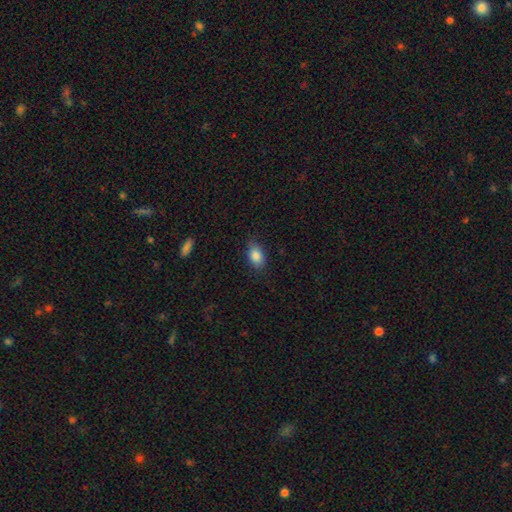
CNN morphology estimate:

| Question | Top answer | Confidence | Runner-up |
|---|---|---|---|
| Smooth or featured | smooth | 86% | star or artifact (8%) |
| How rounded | in between | 82% | round (15%) |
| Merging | none | 77% | minor disturbance (18%) |